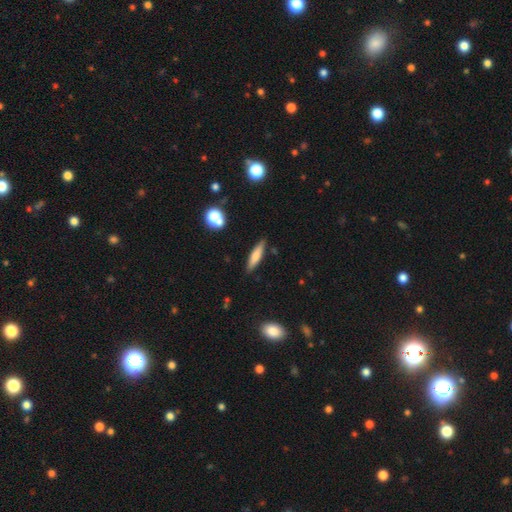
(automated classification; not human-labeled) A smooth galaxy with no disk features (67%) that is cigar-shaped (76%). Merging: none (84%).